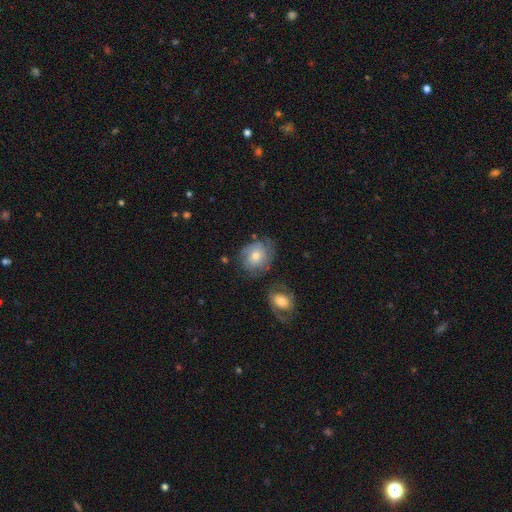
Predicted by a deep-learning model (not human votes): Smooth or featured? featured or disk (51%)
Edge-on disk? no (97%)
Merging? none (60%)